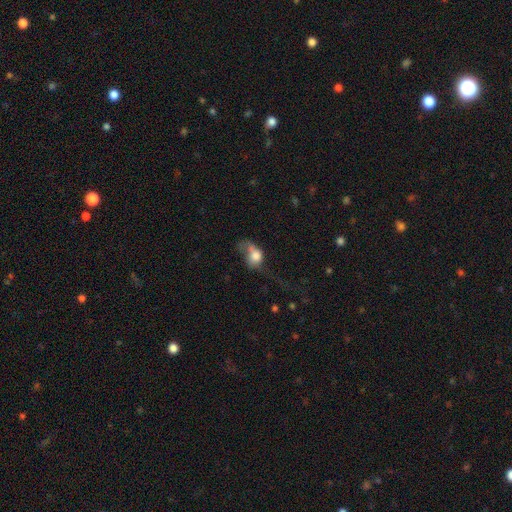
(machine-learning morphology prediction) Smooth or featured? Predicted: smooth (p=0.66). How rounded? Predicted: in between (p=0.61). Merging? Predicted: major disturbance (p=0.52).